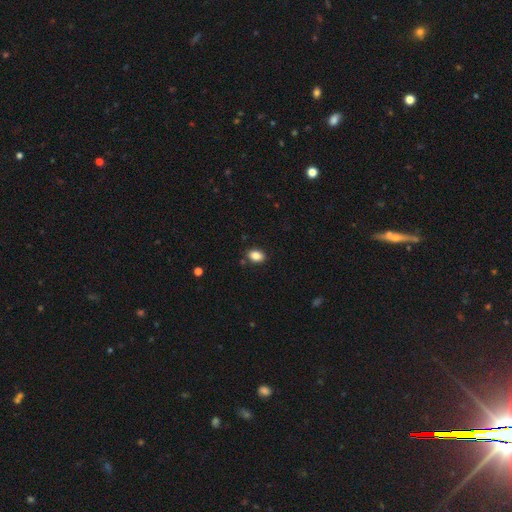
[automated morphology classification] Smooth or featured? Predicted: smooth (p=0.86). How rounded? Predicted: in between (p=0.82). Merging? Predicted: none (p=0.86).